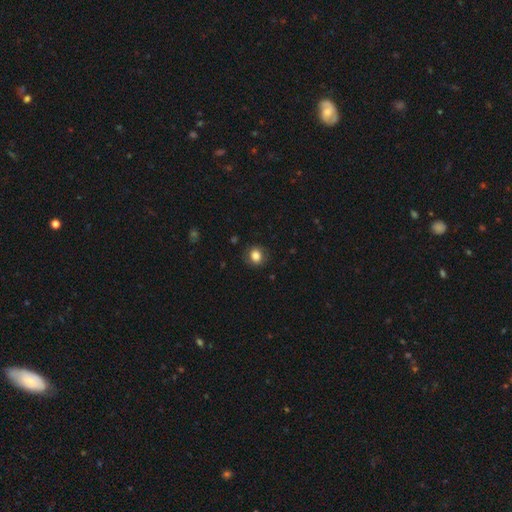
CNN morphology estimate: Smooth or featured? smooth (83%)
How rounded? round (72%)
Merging? none (84%)